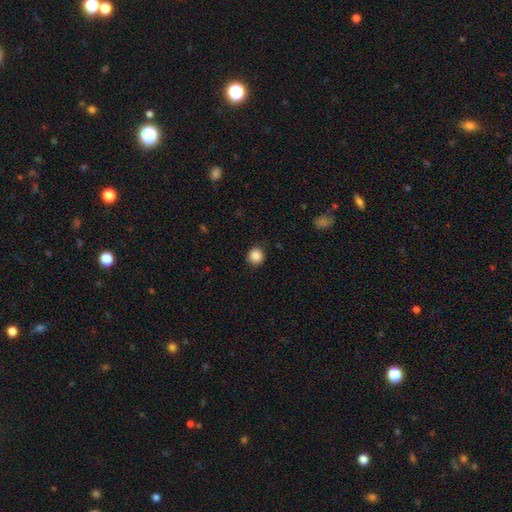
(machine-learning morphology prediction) Smooth or featured?
  - smooth: 88% *
  - star or artifact: 10%
  - featured or disk: 3%
How rounded?
  - round: 91% *
  - in between: 8%
  - cigar-shaped: 1%
Merging?
  - none: 89% *
  - minor disturbance: 8%
  - major disturbance: 2%
  - merger: 1%